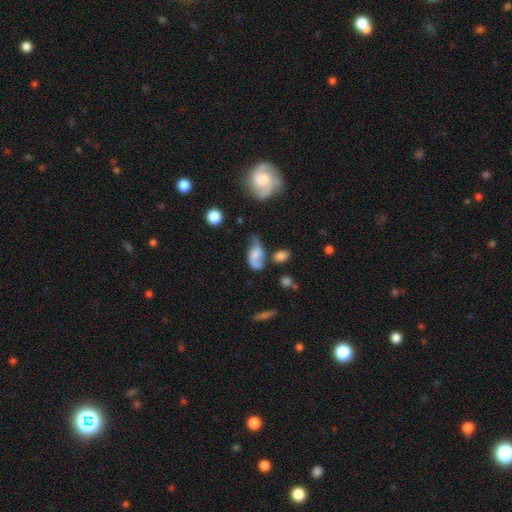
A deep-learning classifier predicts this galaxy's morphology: Smooth or featured? Predicted: smooth (p=0.45). Merging? Predicted: none (p=0.30).